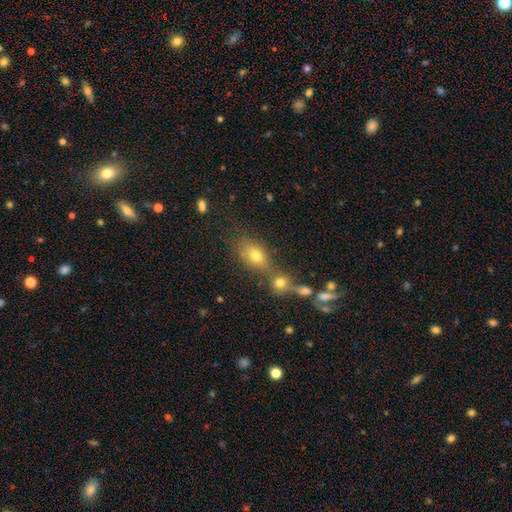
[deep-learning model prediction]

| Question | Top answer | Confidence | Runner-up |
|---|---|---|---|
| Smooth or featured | smooth | 70% | star or artifact (15%) |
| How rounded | in between | 70% | round (25%) |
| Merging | none | 45% | merger (37%) |